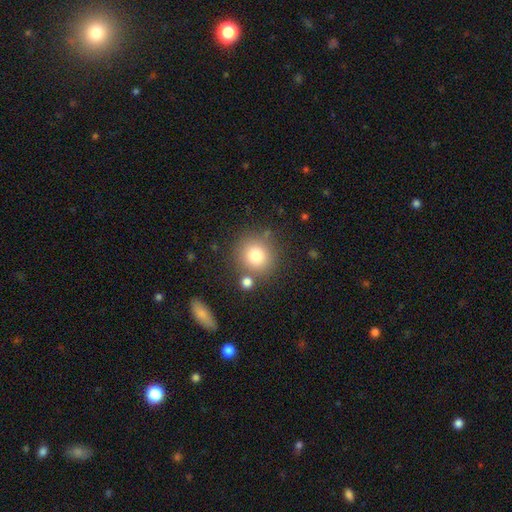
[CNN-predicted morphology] type=smooth (79%); roundness=round (90%); merging=none (74%).